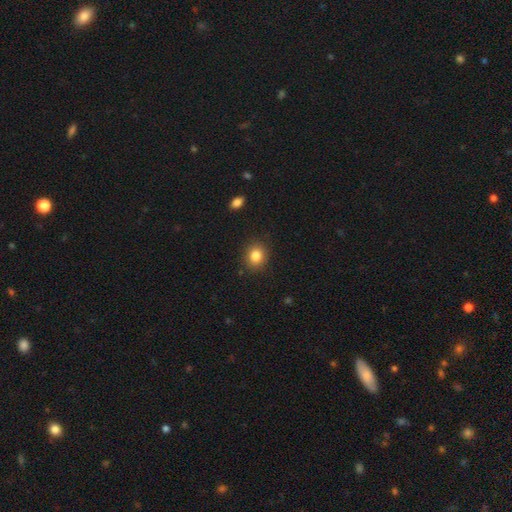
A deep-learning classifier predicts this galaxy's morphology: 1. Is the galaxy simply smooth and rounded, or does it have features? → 84% smooth, 10% star or artifact, 6% featured or disk.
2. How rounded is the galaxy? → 71% round, 28% in between, 1% cigar-shaped.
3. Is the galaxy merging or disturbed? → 89% none, 8% minor disturbance, 2% major disturbance, 1% merger.